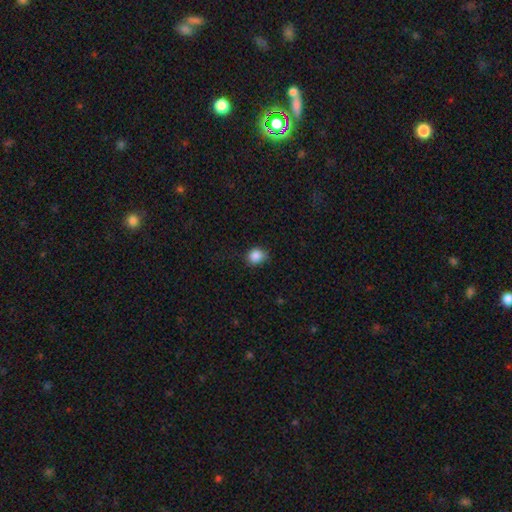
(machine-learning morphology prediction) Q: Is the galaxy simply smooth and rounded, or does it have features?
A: smooth — 87%.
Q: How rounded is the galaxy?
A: round — 72%.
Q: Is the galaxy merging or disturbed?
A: none — 71%.